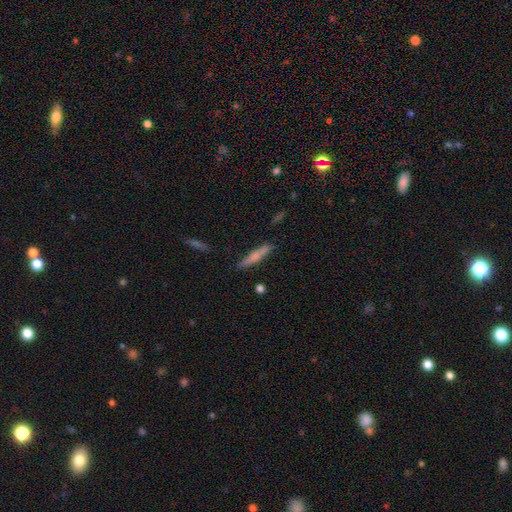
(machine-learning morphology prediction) This is likely a smooth galaxy (62%). How rounded: clearly cigar-shaped (92%). Merging: clearly none (84%).